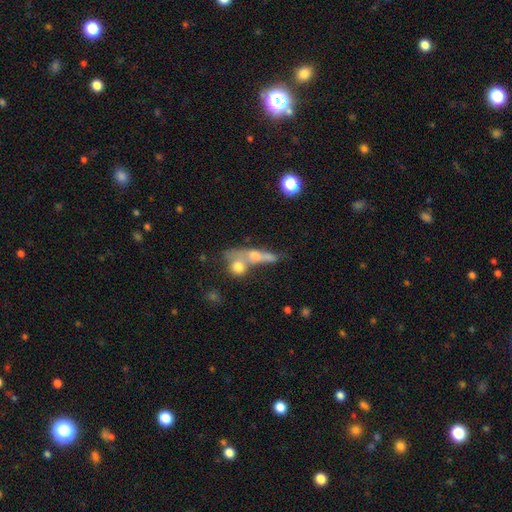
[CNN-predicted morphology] A featured or disk galaxy (44%). Merging: merger (46%).